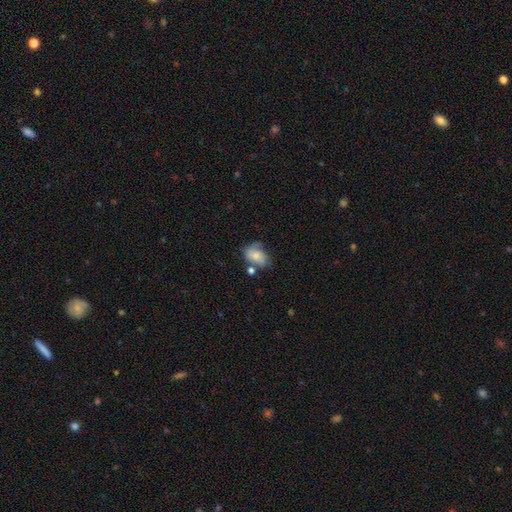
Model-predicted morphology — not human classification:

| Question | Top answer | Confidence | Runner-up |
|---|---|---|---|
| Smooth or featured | smooth | 66% | featured or disk (25%) |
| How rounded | in between | 79% | round (19%) |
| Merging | none | 43% | minor disturbance (29%) |